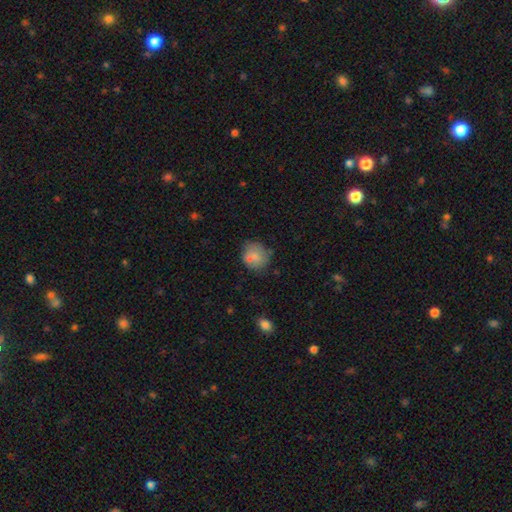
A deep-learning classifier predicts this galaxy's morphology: Smooth or featured? smooth (75%)
How rounded? round (78%)
Merging? none (59%)